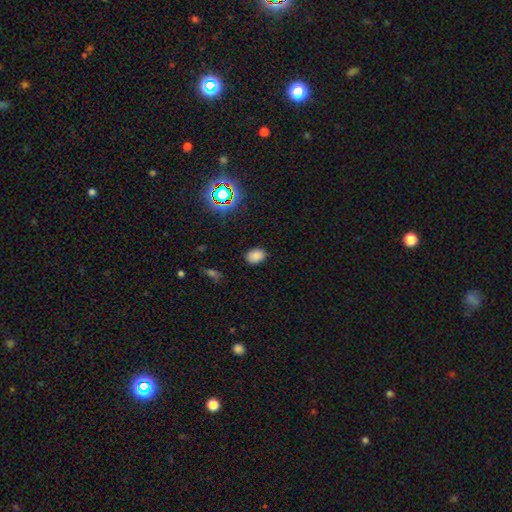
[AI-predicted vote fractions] smooth_or_featured: smooth (p=0.80) [alt: star or artifact p=0.15]
how_rounded: in between (p=0.74) [alt: round p=0.25]
merging: none (p=0.85) [alt: minor disturbance p=0.11]